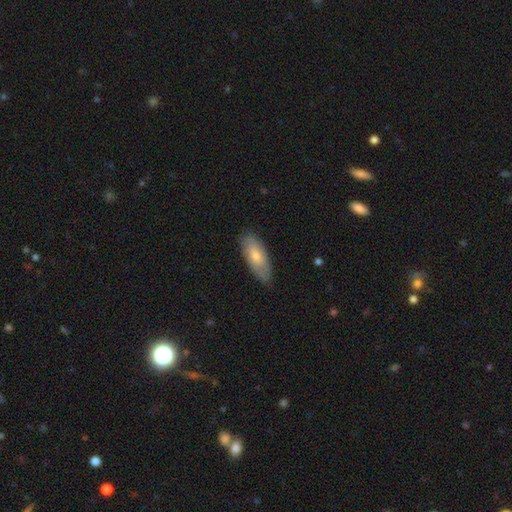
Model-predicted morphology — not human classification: This is likely a smooth galaxy (71%). How rounded: likely in between (75%). Merging: clearly none (83%).